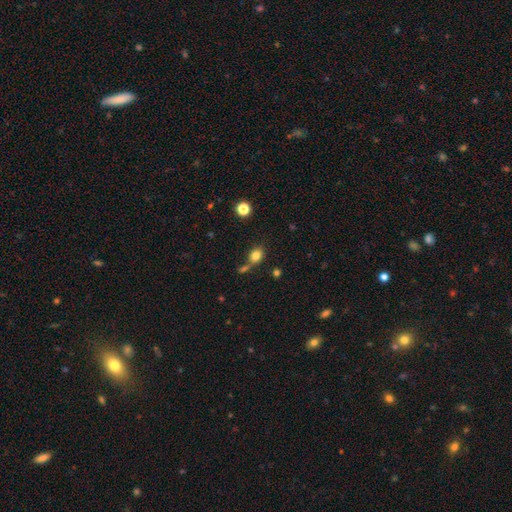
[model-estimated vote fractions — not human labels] The model was most divided on "how rounded": in between: 52%, round: 47%, cigar-shaped: 2%. More confident: smooth or featured — smooth (81%); merging — none (60%).